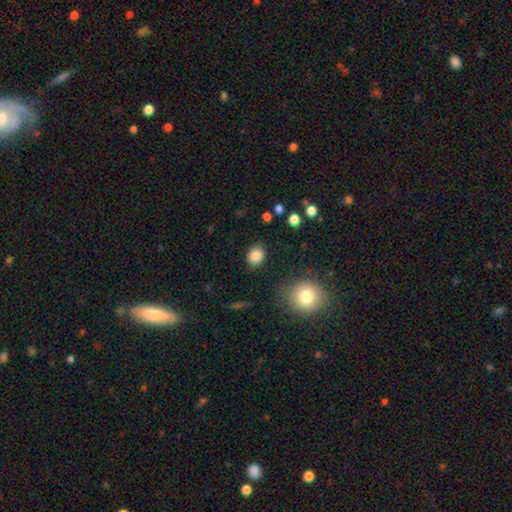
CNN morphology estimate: Smooth or featured? Predicted: smooth (p=0.85). How rounded? Predicted: in between (p=0.52). Merging? Predicted: none (p=0.85).